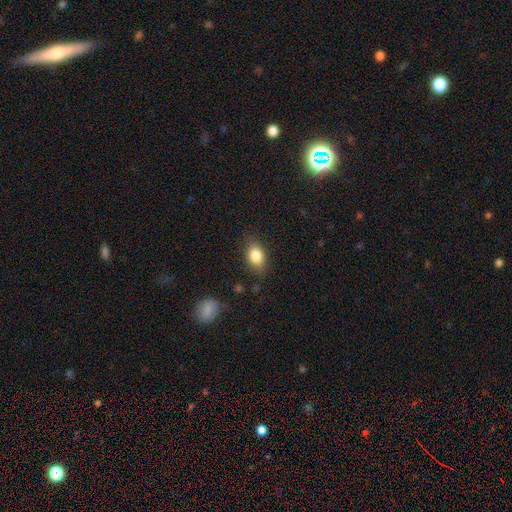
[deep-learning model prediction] Smooth or featured: smooth — 84% (featured or disk — 8%)
How rounded: in between — 83% (round — 14%)
Merging: none — 81% (minor disturbance — 14%)